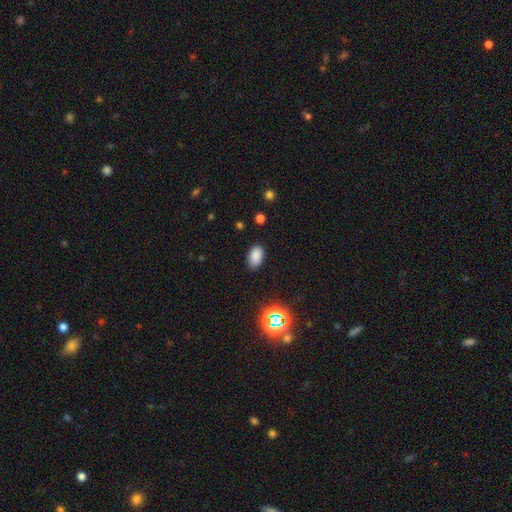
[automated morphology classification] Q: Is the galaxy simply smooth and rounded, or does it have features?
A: smooth — 82%.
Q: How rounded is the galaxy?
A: in between — 91%.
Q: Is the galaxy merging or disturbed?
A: none — 85%.